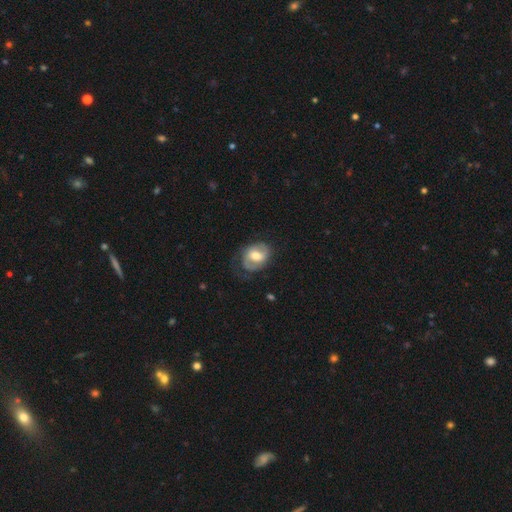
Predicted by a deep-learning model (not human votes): Smooth or featured?
  - featured or disk: 54% *
  - smooth: 39%
  - star or artifact: 7%
Edge-on disk?
  - no: 96% *
  - yes: 4%
Bar?
  - weak: 48% *
  - no: 29%
  - strong: 23%
Spiral arms?
  - yes: 76% *
  - no: 24%
Bulge size?
  - moderate: 58% *
  - large: 25%
  - small: 12%
  - none: 3%
  - dominant: 2%
Merging?
  - none: 57% *
  - minor disturbance: 25%
  - major disturbance: 17%
  - merger: 1%